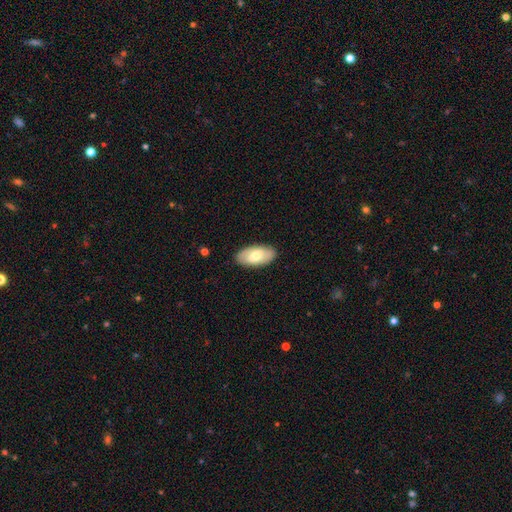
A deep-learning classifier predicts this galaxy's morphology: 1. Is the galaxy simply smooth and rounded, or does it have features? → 60% smooth, 35% featured or disk, 6% star or artifact.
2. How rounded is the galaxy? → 93% in between, 4% cigar-shaped, 3% round.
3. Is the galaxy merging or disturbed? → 88% none, 9% minor disturbance, 2% major disturbance, 1% merger.